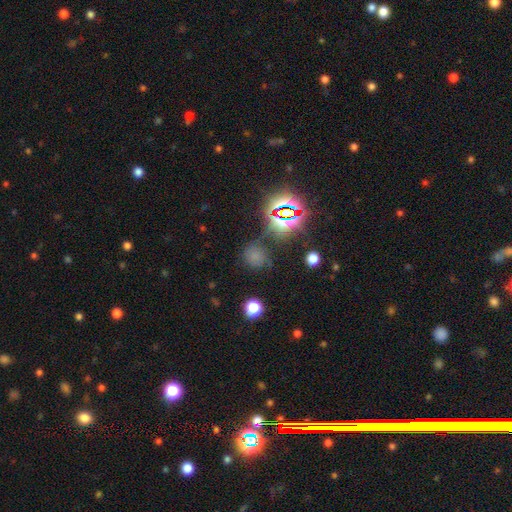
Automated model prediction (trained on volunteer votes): Overall: smooth (54%; star or artifact 35%). How rounded: round (79%). Merging: none (66%).